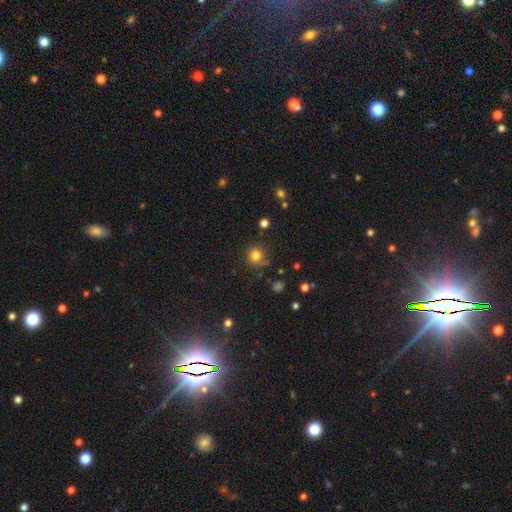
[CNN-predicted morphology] smooth 80%, star or artifact 14%, featured or disk 6%. Down the decision tree: how rounded — round (92%); merging — none (77%).